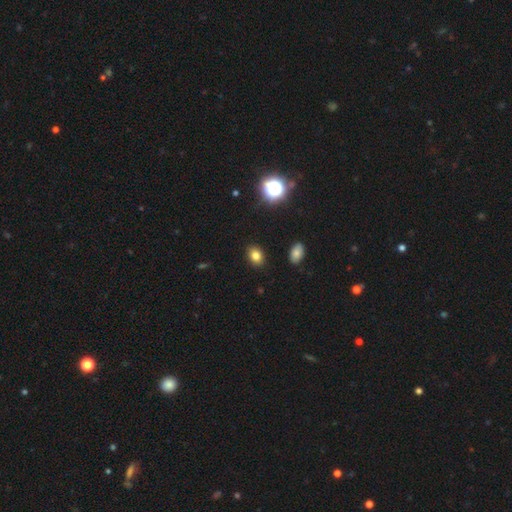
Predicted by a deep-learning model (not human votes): A smooth galaxy with no disk features (79%) that is in between round and cigar-shaped (64%). Merging: none (89%).